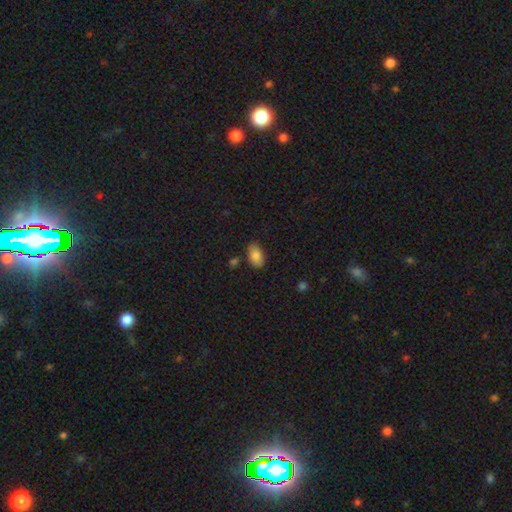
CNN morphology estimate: Smooth or featured? Predicted: smooth (p=0.85). How rounded? Predicted: in between (p=0.93). Merging? Predicted: none (p=0.79).